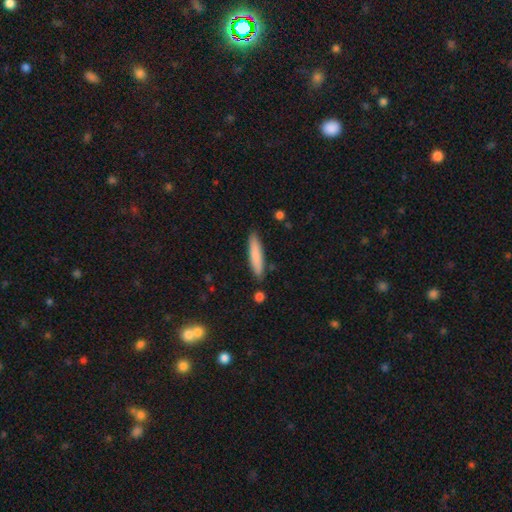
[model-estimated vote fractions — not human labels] Smooth or featured? Predicted: smooth (p=0.81). How rounded? Predicted: cigar-shaped (p=0.85). Merging? Predicted: none (p=0.86).